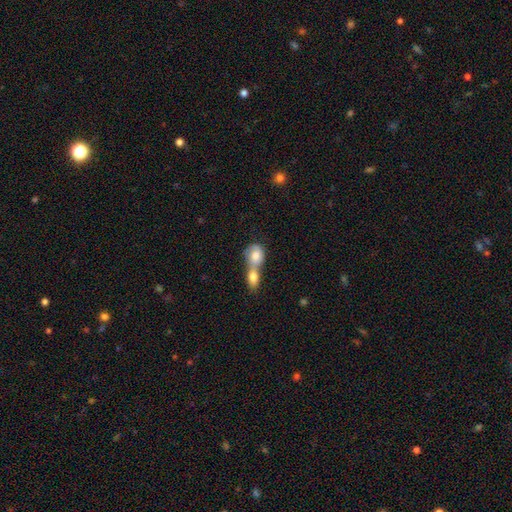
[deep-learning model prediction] Smooth or featured? smooth (76%)
How rounded? in between (57%)
Merging? merger (79%)